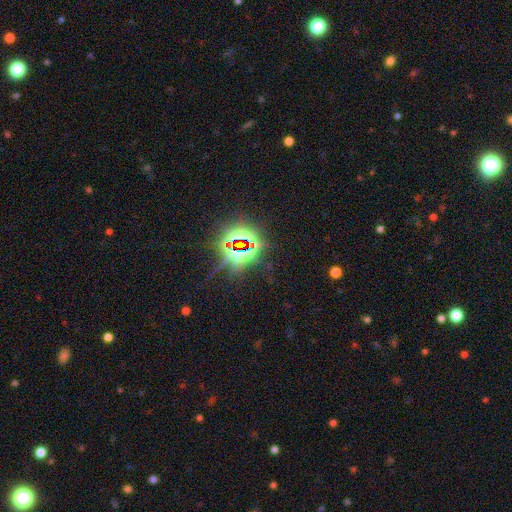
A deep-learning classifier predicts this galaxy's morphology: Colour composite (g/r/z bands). It shows a star or artifact, not a galaxy (83%).